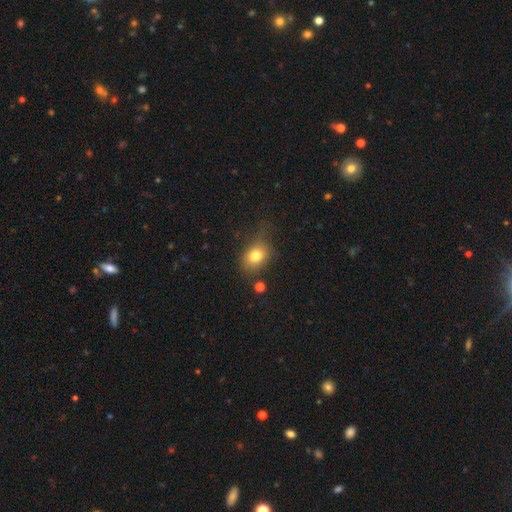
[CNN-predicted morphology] This appears to be a smooth galaxy with no disk features (77%) that is in between round and cigar-shaped (56%). Merging: none (61%).